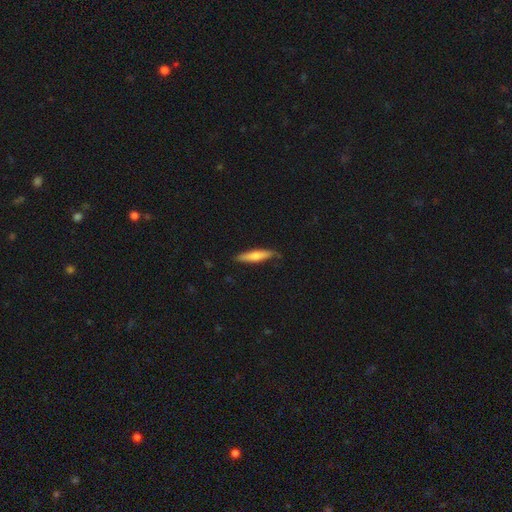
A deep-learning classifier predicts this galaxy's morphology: smooth-or-featured: smooth: 62% | featured or disk: 33% | star or artifact: 5%
  how-rounded: cigar-shaped: 84% | in between: 15% | round: 2%
  merging: none: 79% | minor disturbance: 17% | major disturbance: 3% | merger: 1%